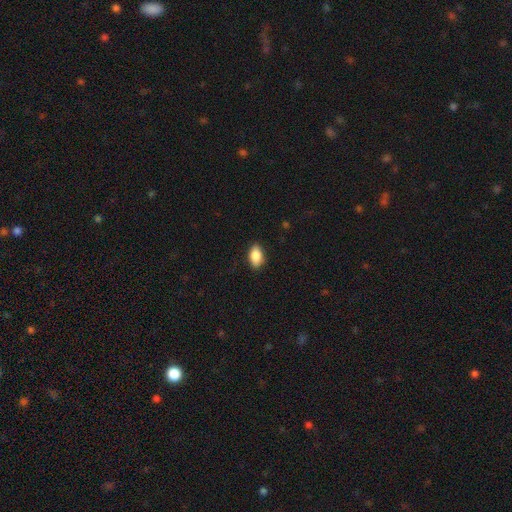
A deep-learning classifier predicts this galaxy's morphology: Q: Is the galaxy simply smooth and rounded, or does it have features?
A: smooth — 86%.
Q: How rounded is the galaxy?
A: in between — 91%.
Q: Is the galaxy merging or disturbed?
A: none — 87%.